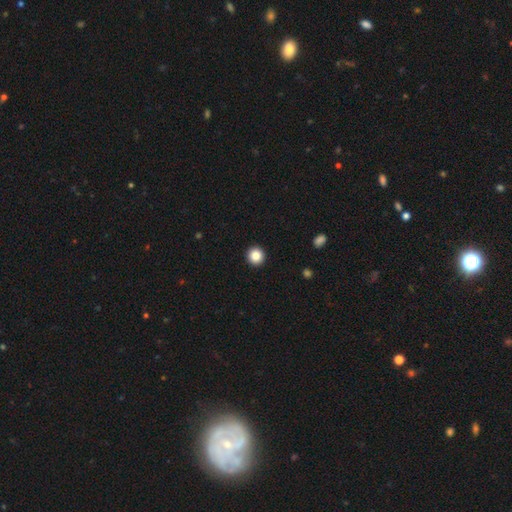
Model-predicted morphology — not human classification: Q: Smooth or featured?
A: smooth (86%); runner-up: star or artifact (10%)
Q: How rounded?
A: round (95%); runner-up: in between (4%)
Q: Merging?
A: none (94%); runner-up: minor disturbance (4%)